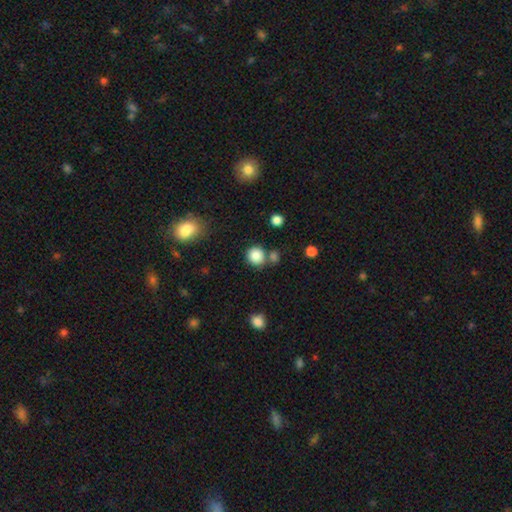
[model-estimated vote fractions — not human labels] This is clearly a smooth galaxy (85%). How rounded: clearly round (88%). Merging: likely none (72%).